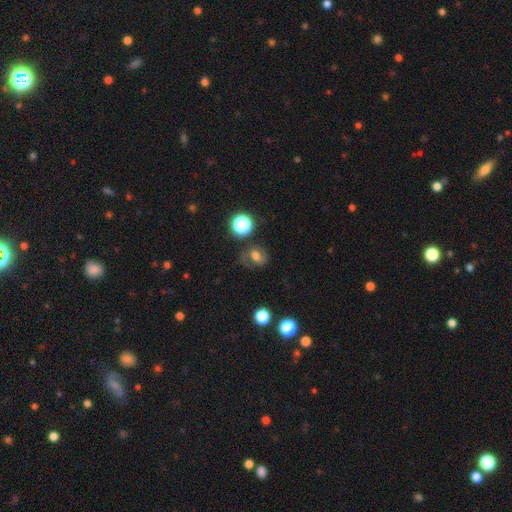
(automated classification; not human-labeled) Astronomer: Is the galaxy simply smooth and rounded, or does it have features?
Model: smooth — 44% (runner-up: featured or disk, 39%).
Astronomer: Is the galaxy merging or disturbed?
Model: none — 64%.